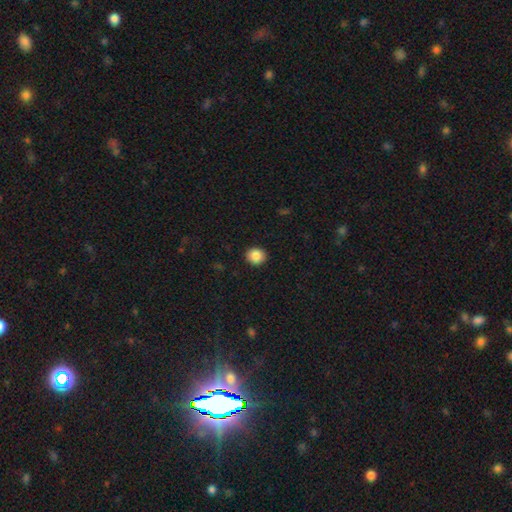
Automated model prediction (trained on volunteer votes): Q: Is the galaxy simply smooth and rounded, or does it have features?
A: smooth — 87%.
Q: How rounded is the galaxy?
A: round — 82%.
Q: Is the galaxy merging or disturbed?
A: none — 92%.